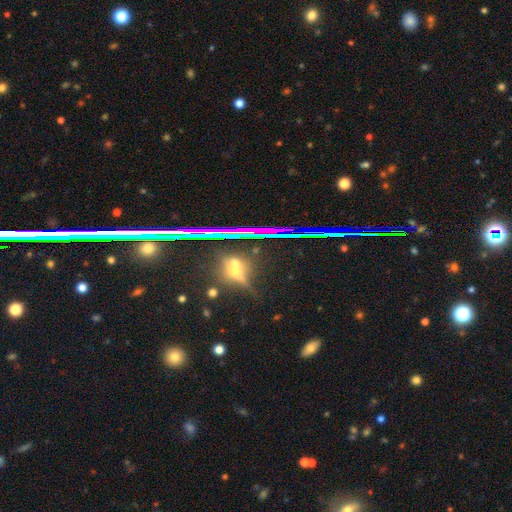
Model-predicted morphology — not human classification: The model was most divided on "smooth or featured": star or artifact: 54%, featured or disk: 25%, smooth: 21%.